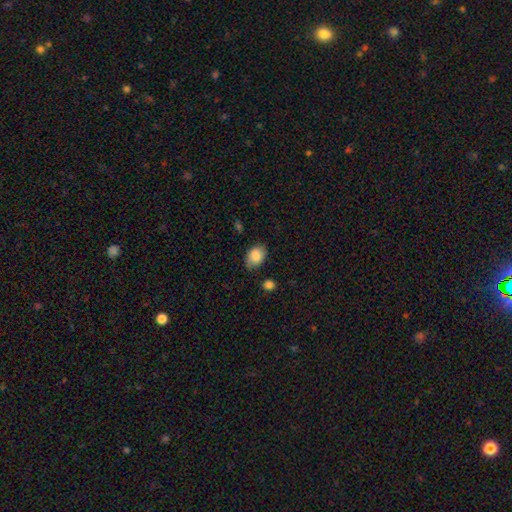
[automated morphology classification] Smooth or featured: smooth — 85% (featured or disk — 8%)
How rounded: in between — 75% (round — 24%)
Merging: none — 74% (minor disturbance — 20%)